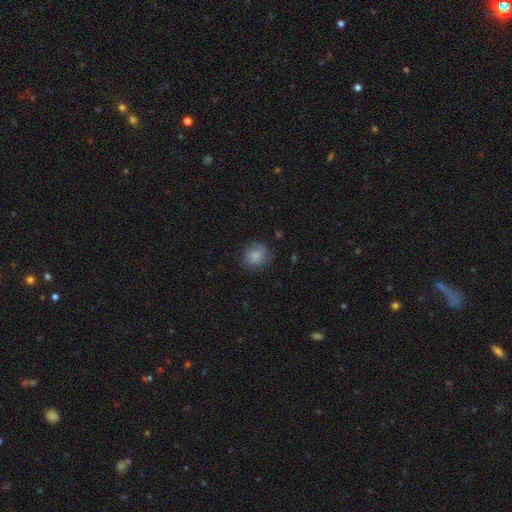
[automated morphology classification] Overall: smooth (84%). How rounded: round (74%). Merging: none (77%).